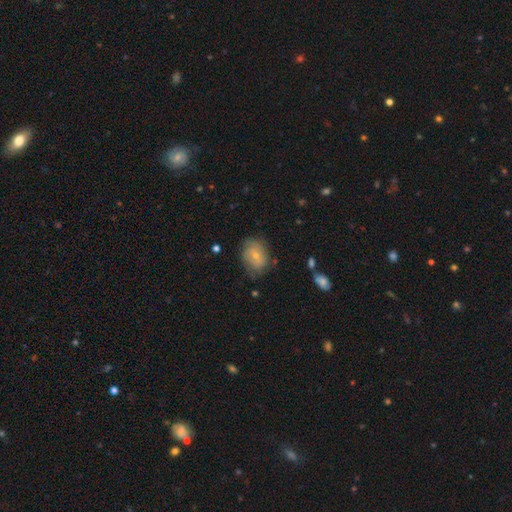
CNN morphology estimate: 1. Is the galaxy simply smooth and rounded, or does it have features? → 50% smooth, 42% featured or disk, 8% star or artifact.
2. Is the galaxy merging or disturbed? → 61% none, 26% minor disturbance, 10% major disturbance, 2% merger.